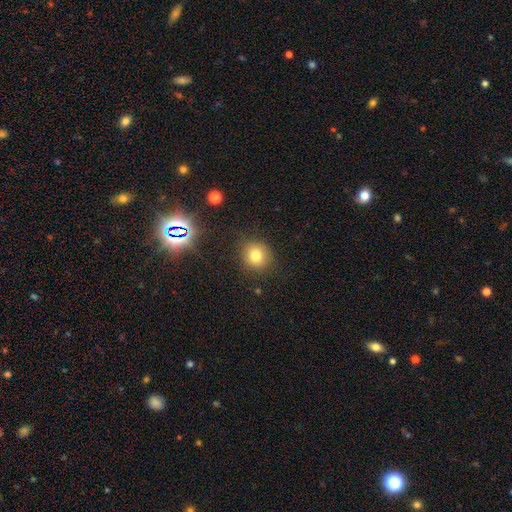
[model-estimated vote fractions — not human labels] This appears to be a smooth galaxy with no disk features (76%) that is round (86%). Merging: none (87%).